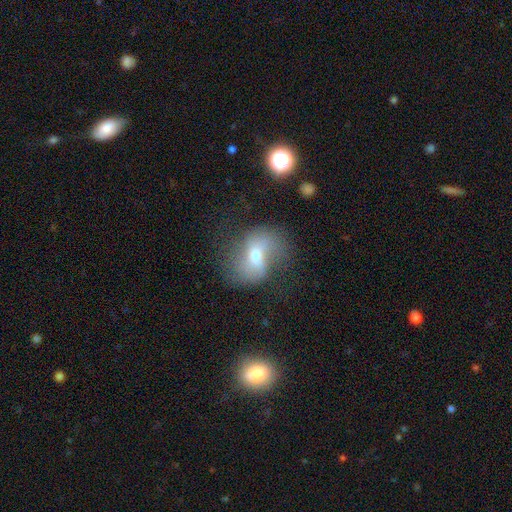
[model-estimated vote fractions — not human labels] Smooth or featured? Predicted: featured or disk (p=0.56). Edge-on disk? Predicted: no (p=0.94). Bar? Predicted: weak (p=0.38, tied with no). Spiral arms? Predicted: yes (p=0.70). Bulge size? Predicted: moderate (p=0.58). Merging? Predicted: none (p=0.53).